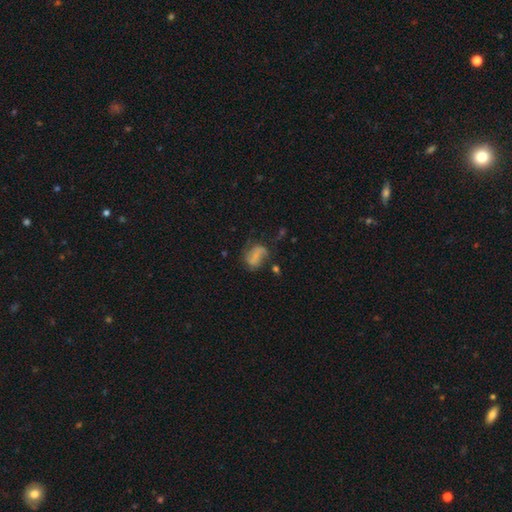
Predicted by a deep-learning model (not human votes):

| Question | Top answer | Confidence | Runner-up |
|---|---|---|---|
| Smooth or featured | smooth | 44% | featured or disk (43%) |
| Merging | none | 41% | minor disturbance (26%) |